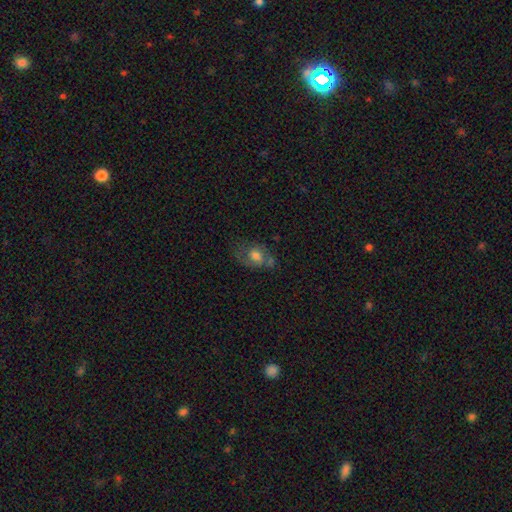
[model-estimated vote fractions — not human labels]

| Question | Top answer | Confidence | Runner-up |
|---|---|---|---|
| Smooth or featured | smooth | 55% | featured or disk (35%) |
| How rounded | in between | 68% | round (30%) |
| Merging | none | 43% | minor disturbance (26%) |